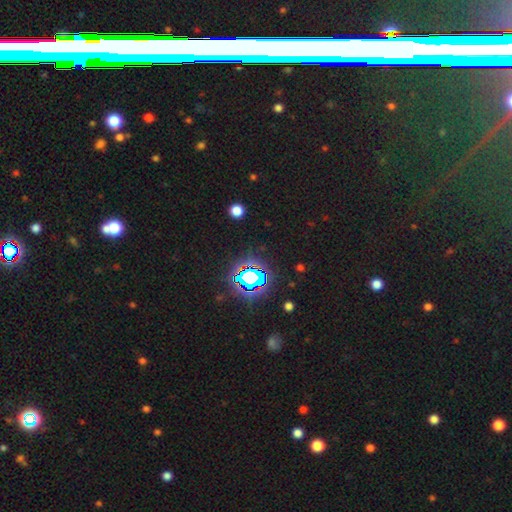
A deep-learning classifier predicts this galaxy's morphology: This appears to be a star or artifact, not a galaxy (73%).